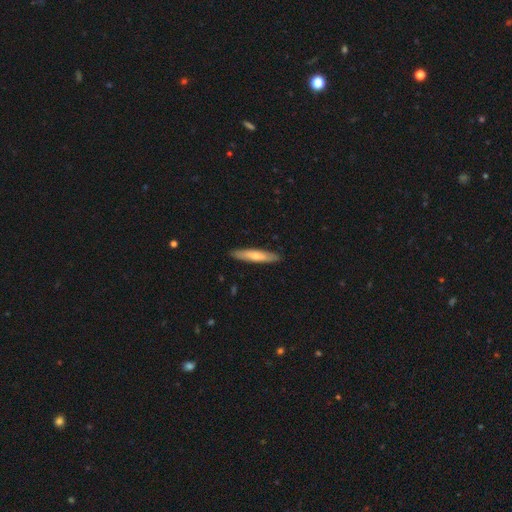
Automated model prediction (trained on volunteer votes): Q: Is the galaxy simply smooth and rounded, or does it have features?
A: smooth — 59%.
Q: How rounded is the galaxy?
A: cigar-shaped — 86%.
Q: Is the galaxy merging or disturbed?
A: none — 90%.